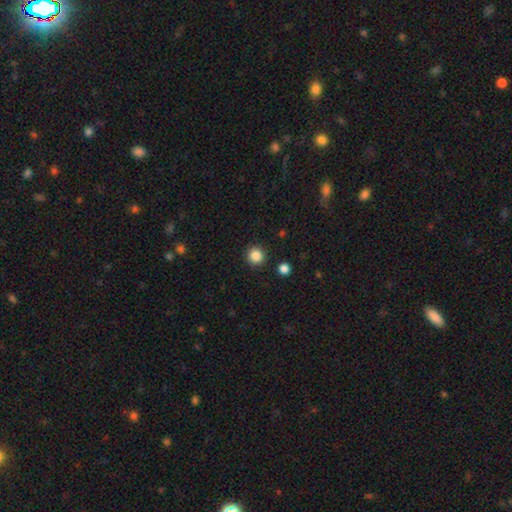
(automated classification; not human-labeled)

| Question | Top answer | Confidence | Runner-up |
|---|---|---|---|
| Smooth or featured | smooth | 86% | star or artifact (11%) |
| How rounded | round | 93% | in between (6%) |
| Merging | none | 91% | minor disturbance (5%) |